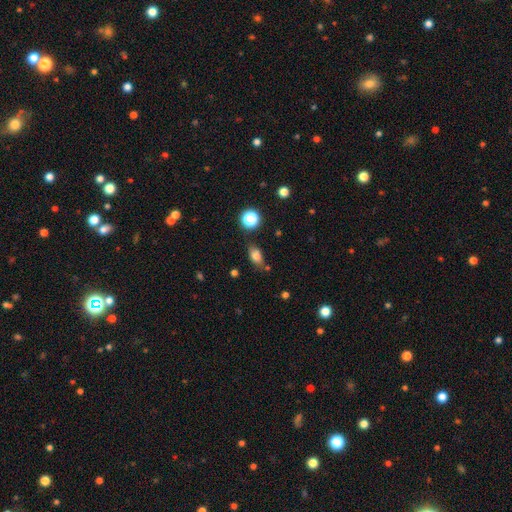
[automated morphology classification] Smooth or featured? Predicted: smooth (p=0.76). How rounded? Predicted: in between (p=0.80). Merging? Predicted: none (p=0.71).